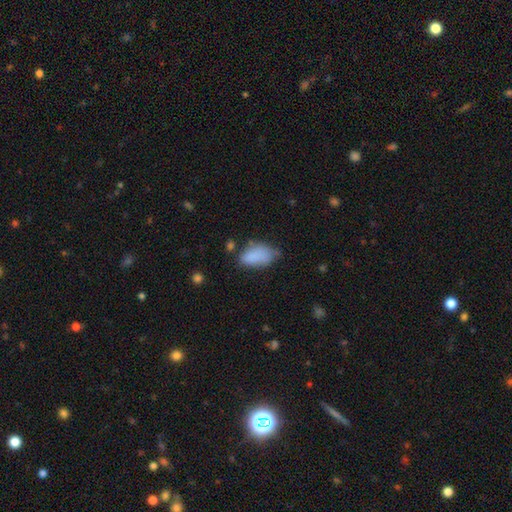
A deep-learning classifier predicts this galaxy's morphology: Smooth or featured?
  - smooth: 83% *
  - featured or disk: 8%
  - star or artifact: 8%
How rounded?
  - in between: 92% *
  - round: 4%
  - cigar-shaped: 3%
Merging?
  - none: 48% *
  - minor disturbance: 35%
  - major disturbance: 12%
  - merger: 5%